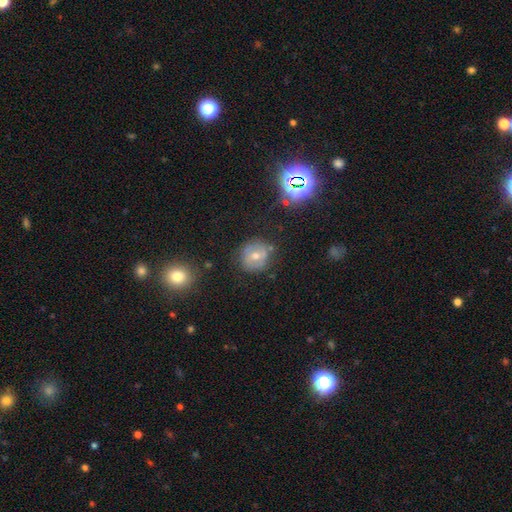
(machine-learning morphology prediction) smooth 41%, featured or disk 38%, star or artifact 21%. Down the decision tree: merging — none (77%).